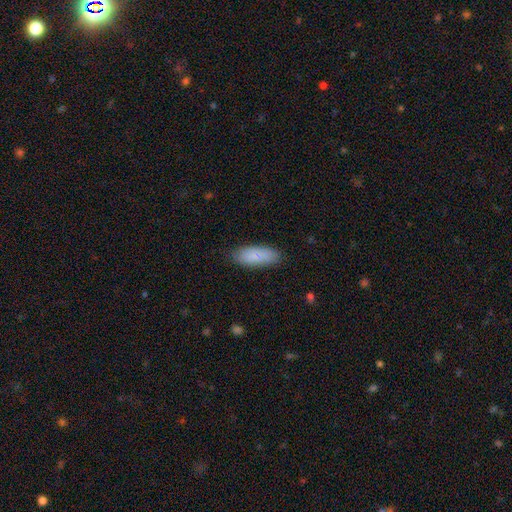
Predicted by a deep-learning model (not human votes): Morphology: type=smooth (84%); roundness=in between (76%); merging=none (85%).